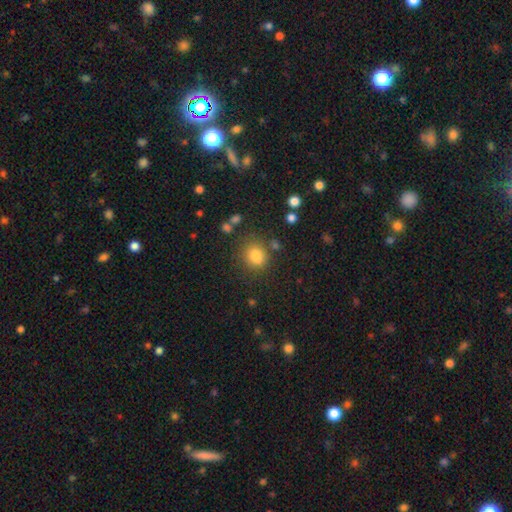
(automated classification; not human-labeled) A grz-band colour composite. It shows a smooth galaxy with no disk features (81%) that is round (72%). Merging: none (71%).